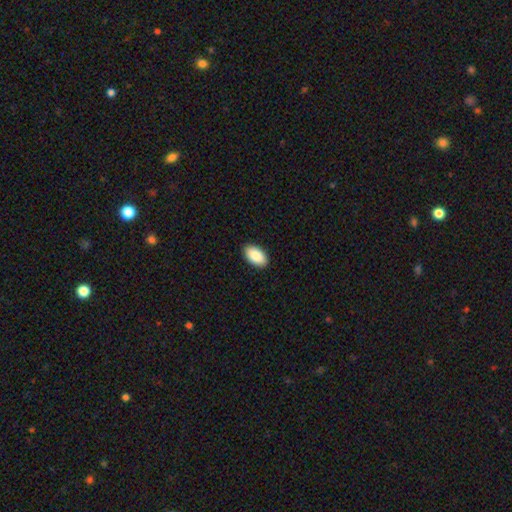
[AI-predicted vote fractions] Smooth or featured: smooth — 89% (star or artifact — 6%)
How rounded: in between — 95% (round — 3%)
Merging: none — 91% (minor disturbance — 7%)